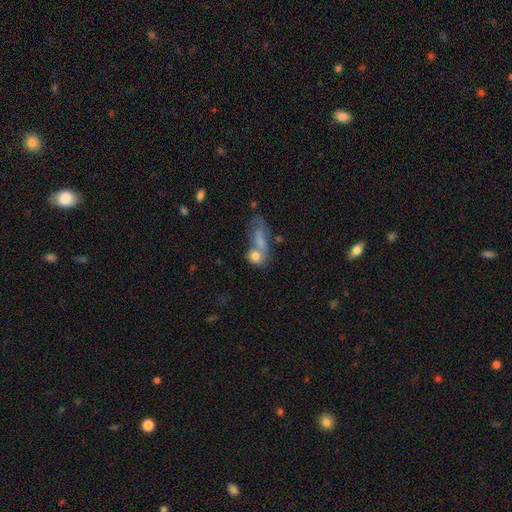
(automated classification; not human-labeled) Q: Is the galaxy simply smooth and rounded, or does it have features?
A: smooth — 75%.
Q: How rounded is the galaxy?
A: in between — 47%, tied with round.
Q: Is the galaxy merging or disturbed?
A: merger — 48%.